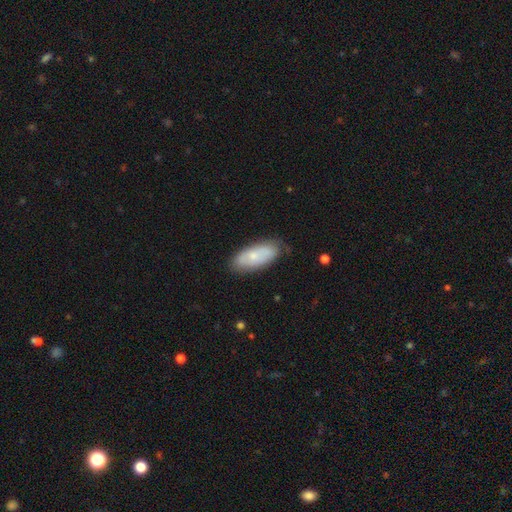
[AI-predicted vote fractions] Q: Smooth or featured?
A: smooth (66%); runner-up: featured or disk (28%)
Q: How rounded?
A: in between (85%); runner-up: cigar-shaped (12%)
Q: Merging?
A: none (76%); runner-up: minor disturbance (19%)